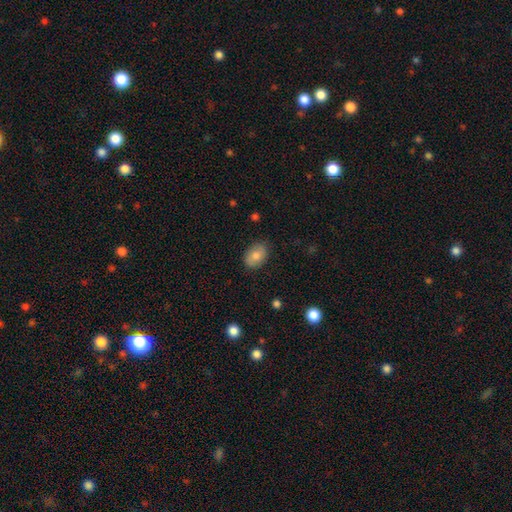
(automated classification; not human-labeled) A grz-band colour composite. It shows a smooth galaxy with no disk features (79%) that is in between round and cigar-shaped (81%). Merging: none (84%).